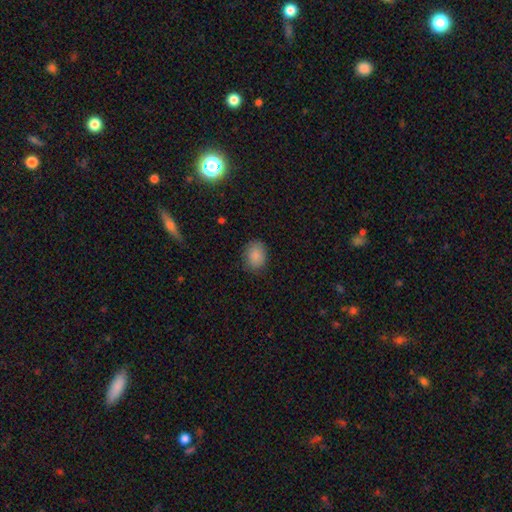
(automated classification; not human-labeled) This is clearly a smooth galaxy (87%). How rounded: possibly in between (54%). Merging: clearly none (83%).